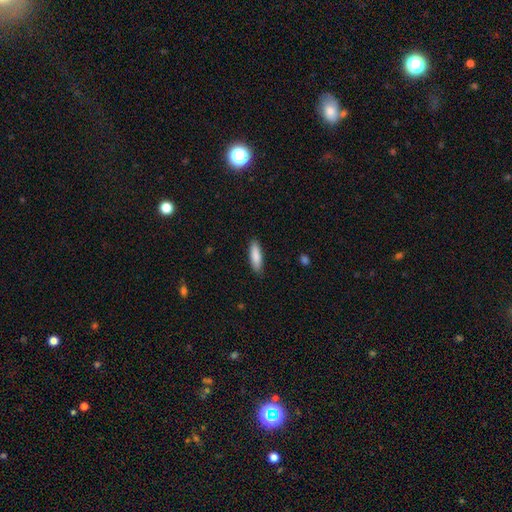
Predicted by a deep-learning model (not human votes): A smooth galaxy with no disk features (87%) that is cigar-shaped (57%). Merging: none (87%).